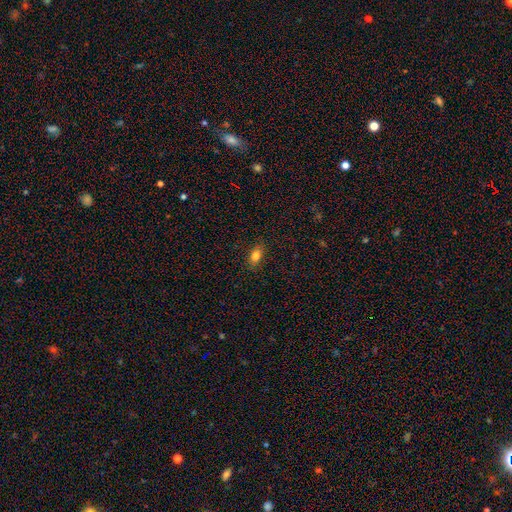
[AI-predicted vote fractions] Smooth or featured?
  - smooth: 82% *
  - star or artifact: 10%
  - featured or disk: 9%
How rounded?
  - in between: 83% *
  - round: 12%
  - cigar-shaped: 5%
Merging?
  - none: 87% *
  - minor disturbance: 10%
  - major disturbance: 2%
  - merger: 1%